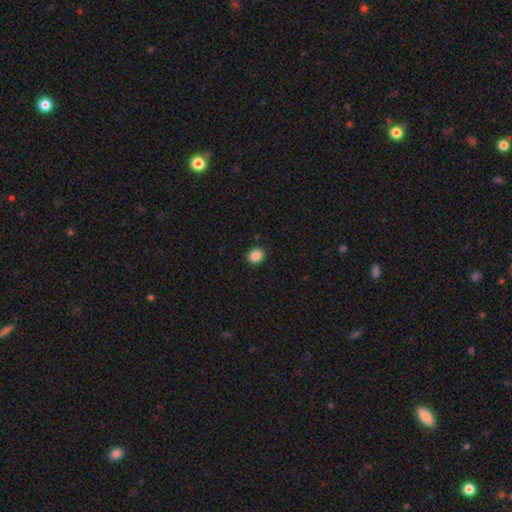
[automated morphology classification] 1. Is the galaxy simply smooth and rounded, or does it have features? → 87% smooth, 10% star or artifact, 3% featured or disk.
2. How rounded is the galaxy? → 70% round, 29% in between, 1% cigar-shaped.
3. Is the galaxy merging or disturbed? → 92% none, 6% minor disturbance, 2% major disturbance, 1% merger.